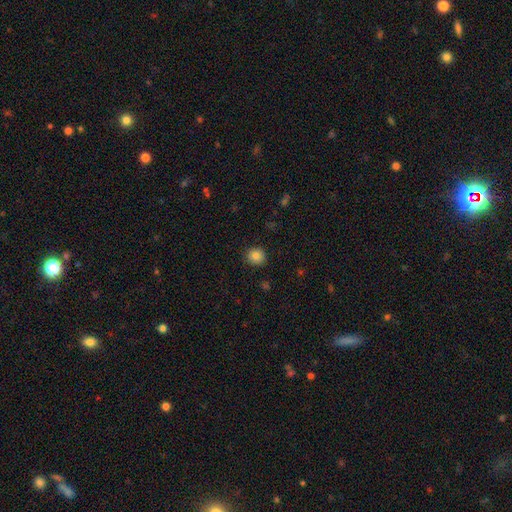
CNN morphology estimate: smooth_or_featured: smooth (p=0.84) [alt: star or artifact p=0.10]
how_rounded: round (p=0.86) [alt: in between p=0.13]
merging: none (p=0.89) [alt: minor disturbance p=0.08]